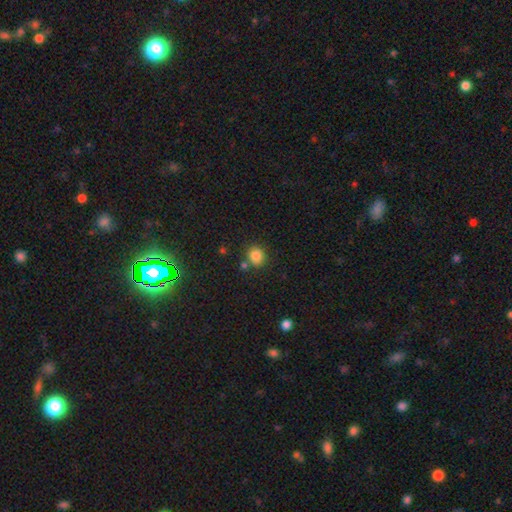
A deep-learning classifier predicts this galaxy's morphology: A smooth galaxy with no disk features (84%) that is round (82%). Merging: none (75%).